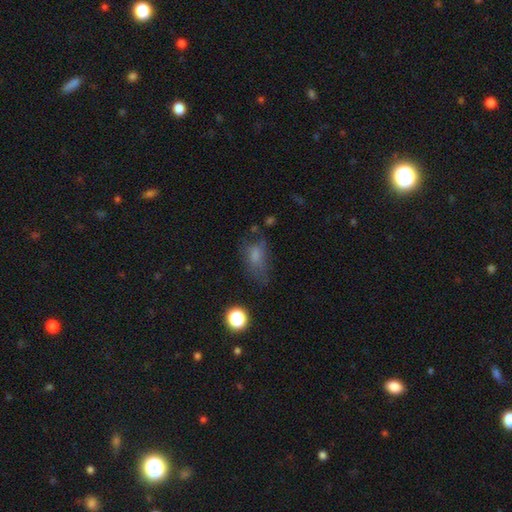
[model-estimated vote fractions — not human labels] Smooth or featured?
  - smooth: 64% *
  - featured or disk: 19%
  - star or artifact: 16%
How rounded?
  - in between: 81% *
  - round: 13%
  - cigar-shaped: 6%
Merging?
  - none: 42% *
  - minor disturbance: 28%
  - major disturbance: 27%
  - merger: 4%